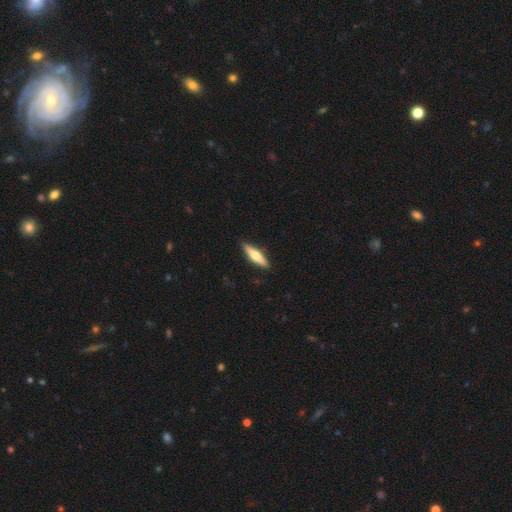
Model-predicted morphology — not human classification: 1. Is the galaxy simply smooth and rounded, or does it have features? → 50% featured or disk, 44% smooth, 5% star or artifact.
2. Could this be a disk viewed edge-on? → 95% yes, 5% no.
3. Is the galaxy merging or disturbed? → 90% none, 7% minor disturbance, 2% major disturbance, 1% merger.